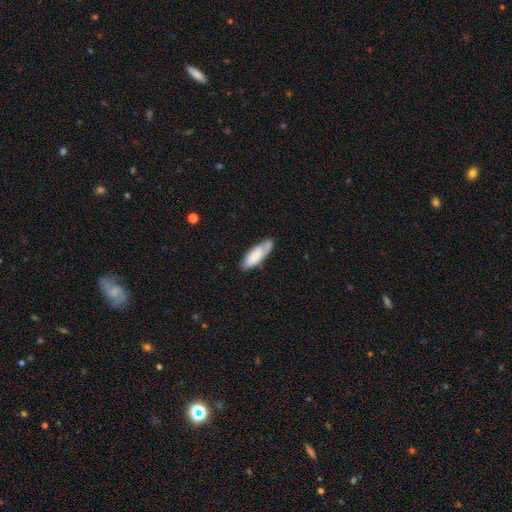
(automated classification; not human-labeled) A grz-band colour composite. It shows a smooth galaxy with no disk features (76%) that is in between round and cigar-shaped (61%). Merging: none (61%).